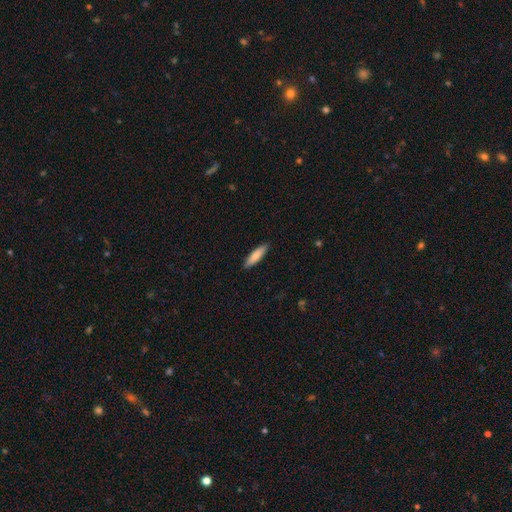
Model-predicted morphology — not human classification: Q: Smooth or featured?
A: smooth (81%); runner-up: featured or disk (14%)
Q: How rounded?
A: cigar-shaped (72%); runner-up: in between (26%)
Q: Merging?
A: none (90%); runner-up: minor disturbance (8%)